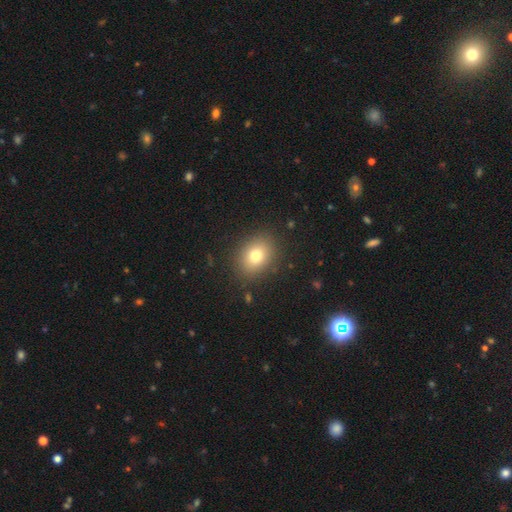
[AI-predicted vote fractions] Smooth or featured? smooth (77%)
How rounded? in between (53%)
Merging? none (87%)